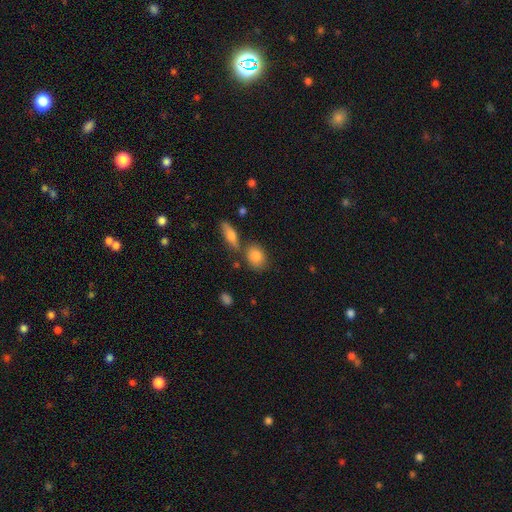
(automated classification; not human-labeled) A smooth galaxy with no disk features (83%) that is in between round and cigar-shaped (59%). Merging: none (62%).